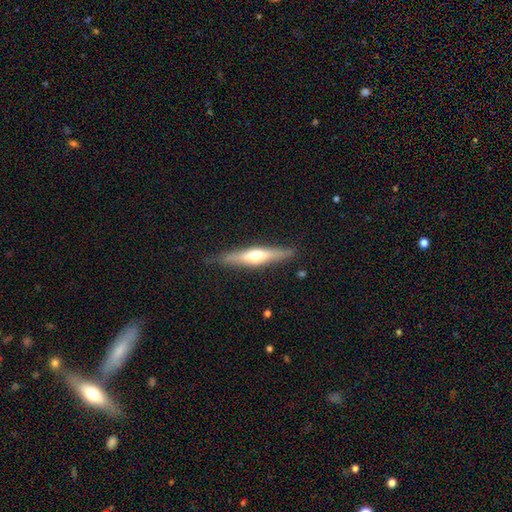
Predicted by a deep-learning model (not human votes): This appears to be a featured or disk galaxy (59%) viewed edge-on (94%) with a rounded central bulge (85%). Merging: none (86%).